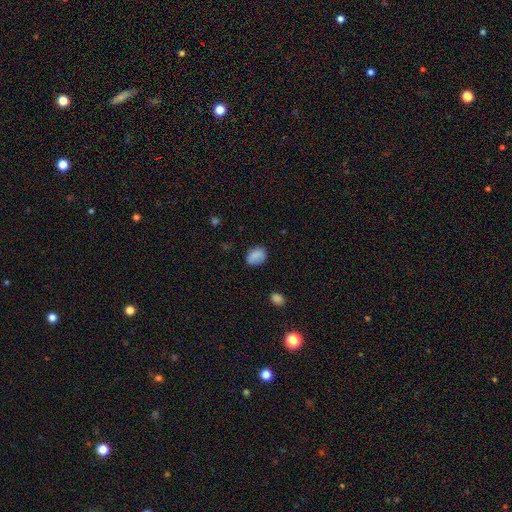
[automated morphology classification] A smooth galaxy with no disk features (84%) that is in between round and cigar-shaped (65%). Merging: none (77%).